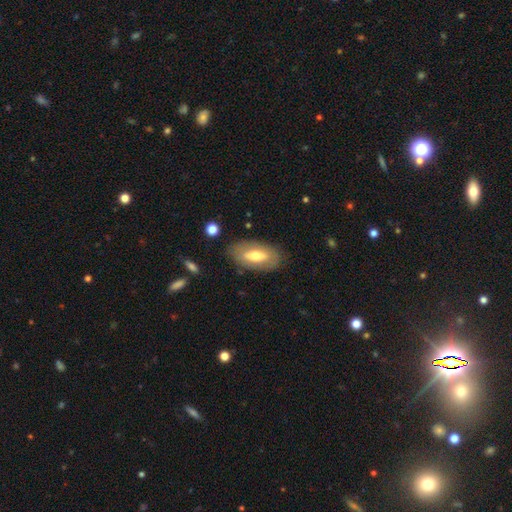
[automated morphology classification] smooth-or-featured: smooth: 58% | featured or disk: 36% | star or artifact: 6%
  how-rounded: in between: 86% | cigar-shaped: 10% | round: 3%
  merging: none: 81% | minor disturbance: 13% | major disturbance: 5% | merger: 2%